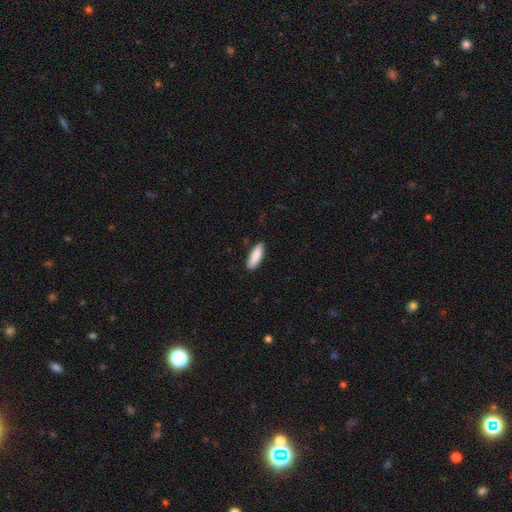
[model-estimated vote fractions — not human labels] A smooth galaxy with no disk features (89%) that is in between round and cigar-shaped (53%). Merging: none (89%).